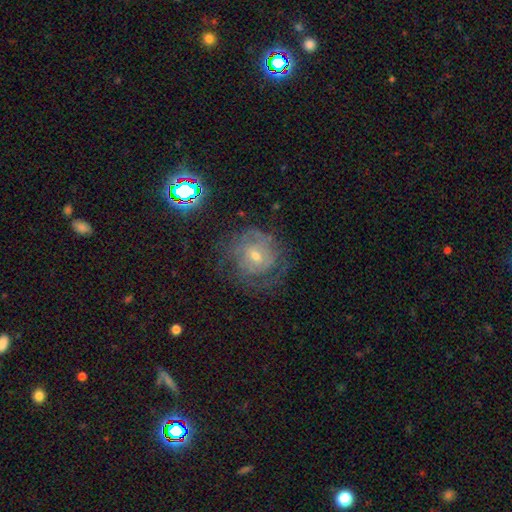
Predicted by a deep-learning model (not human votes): smooth-or-featured: featured or disk: 69% | smooth: 19% | star or artifact: 12%
  disk-edge-on: no: 97% | yes: 3%
    bar: no: 55% | weak: 38% | strong: 8%
    has-spiral-arms: yes: 82% | no: 18%
      spiral-winding: tight: 61% | medium: 29% | loose: 10%
      spiral-arm-count: can't tell: 52% | 2: 22% | 3: 11% | 1: 6% | 4: 5% | more than 4: 4%
    bulge-size: small: 56% | moderate: 39% | large: 2% | none: 2% | dominant: 1%
  merging: none: 64% | minor disturbance: 18% | major disturbance: 16% | merger: 2%